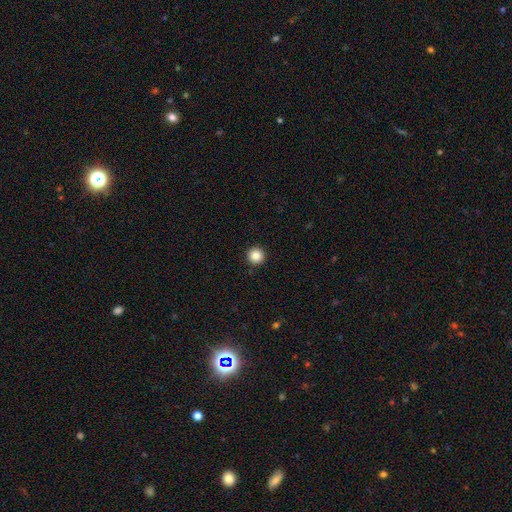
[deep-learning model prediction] Smooth or featured? smooth (85%)
How rounded? round (96%)
Merging? none (93%)